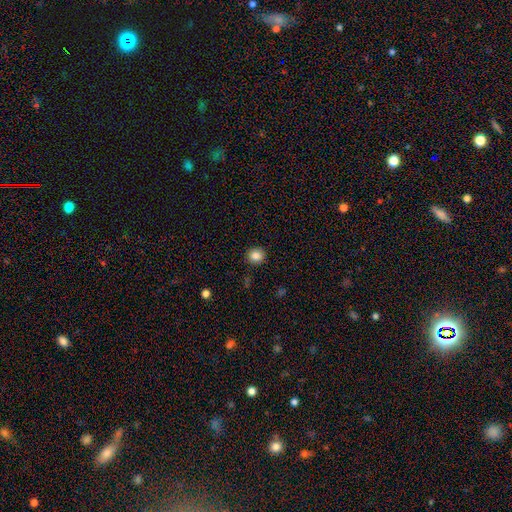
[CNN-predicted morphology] type=smooth (85%); roundness=round (90%); merging=none (91%).